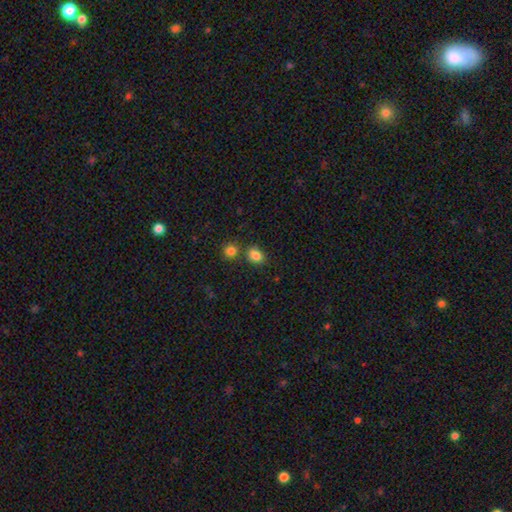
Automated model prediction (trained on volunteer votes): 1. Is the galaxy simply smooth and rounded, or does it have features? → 83% smooth, 11% star or artifact, 6% featured or disk.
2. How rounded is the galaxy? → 58% in between, 41% round, 1% cigar-shaped.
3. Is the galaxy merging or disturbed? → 66% none, 19% merger, 12% minor disturbance, 3% major disturbance.